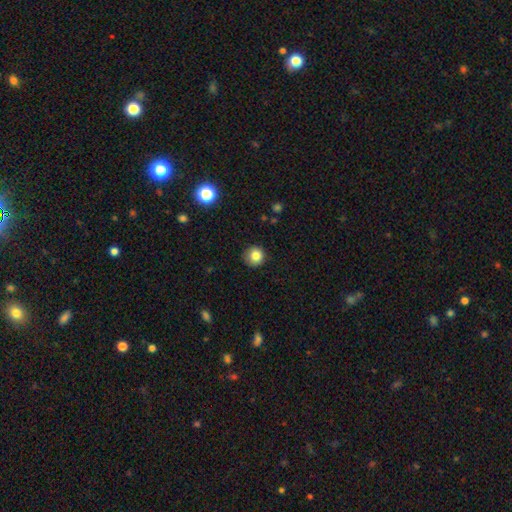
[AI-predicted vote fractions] Smooth or featured: smooth — 82% (star or artifact — 11%)
How rounded: round — 94% (in between — 5%)
Merging: none — 87% (minor disturbance — 10%)